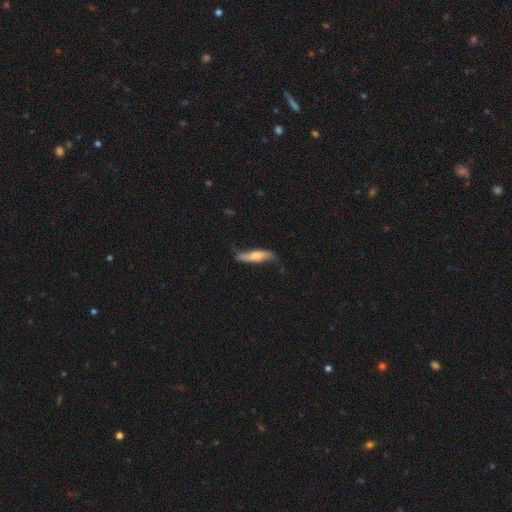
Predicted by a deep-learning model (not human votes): A featured or disk galaxy (53%).

Vote fractions:
- Smooth or featured? featured or disk: 53% / smooth: 41% / star or artifact: 6%
- Edge-on disk? no: 51% / yes: 49%
- Merging? none: 61% / minor disturbance: 27% / major disturbance: 9% / merger: 2%